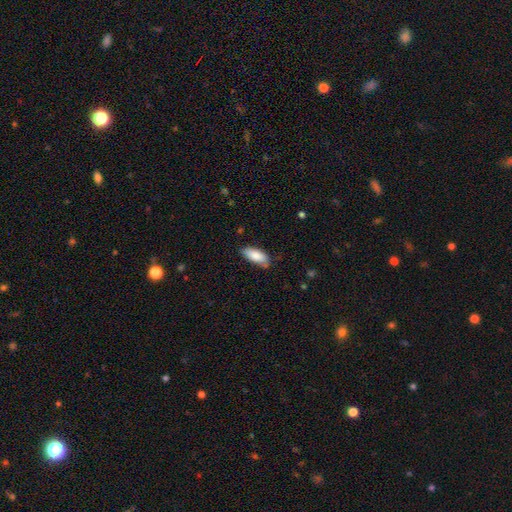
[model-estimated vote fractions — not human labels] smooth_or_featured: smooth (p=0.85) [alt: featured or disk p=0.09]
how_rounded: in between (p=0.83) [alt: cigar-shaped p=0.15]
merging: none (p=0.69) [alt: minor disturbance p=0.25]